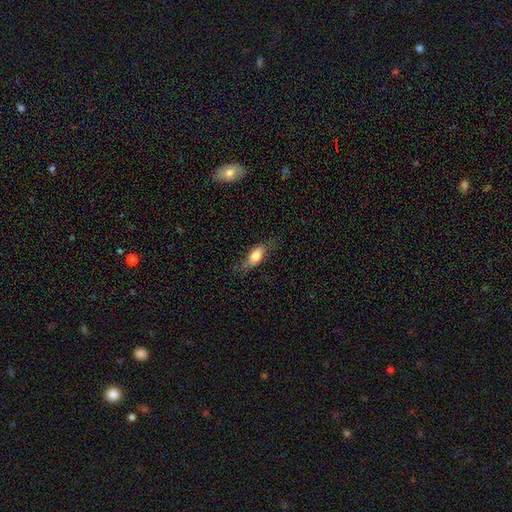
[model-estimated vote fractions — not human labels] The model was most divided on "merging": none: 63%, minor disturbance: 25%, major disturbance: 11%, merger: 2%. More confident: how rounded — in between (78%); smooth or featured — smooth (70%).